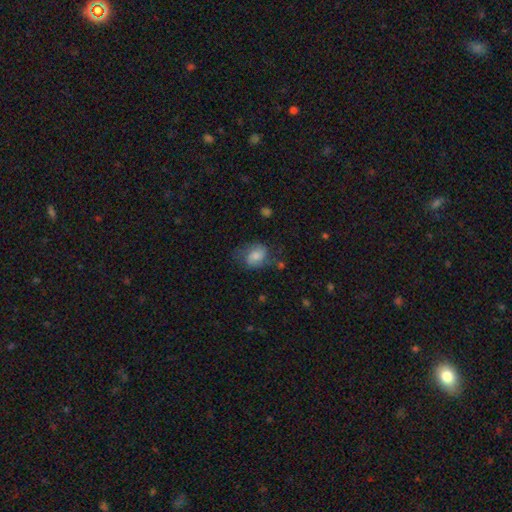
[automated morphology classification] Overall: smooth (53%; featured or disk 37%). How rounded: in between (60%; round 38%). Merging: none (57%; minor disturbance 26%).